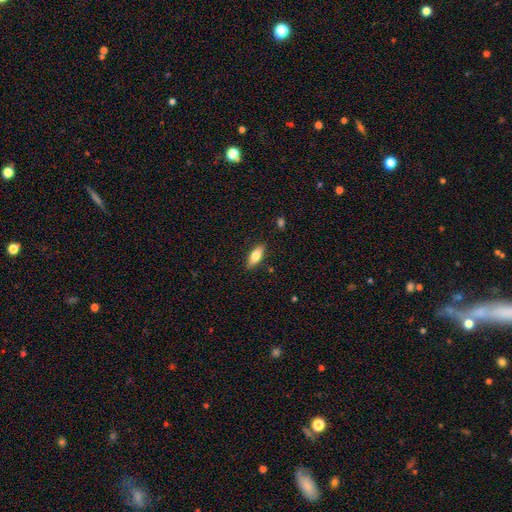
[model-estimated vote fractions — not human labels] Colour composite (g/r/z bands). It shows a smooth galaxy with no disk features (73%) that is in between round and cigar-shaped (74%). Merging: none (86%).